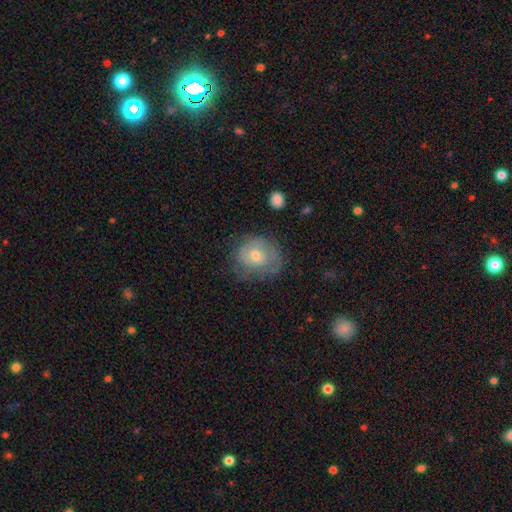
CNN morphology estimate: A smooth galaxy with no disk features (47%).

Vote fractions:
- Smooth or featured? smooth: 47% / featured or disk: 45% / star or artifact: 8%
- Merging? none: 58% / minor disturbance: 27% / major disturbance: 14% / merger: 2%